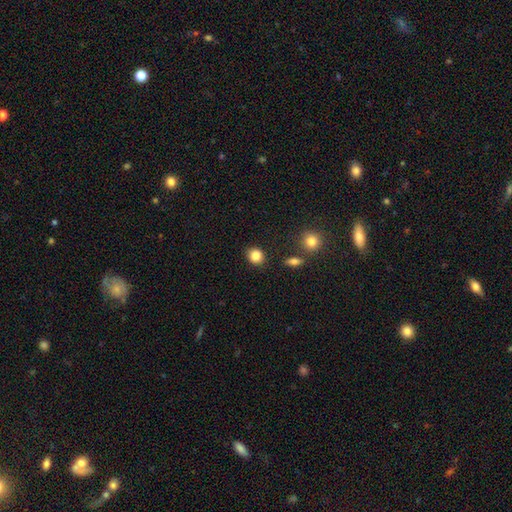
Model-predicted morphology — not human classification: smooth-or-featured: smooth: 86% | star or artifact: 10% | featured or disk: 4%
  how-rounded: round: 77% | in between: 22% | cigar-shaped: 1%
  merging: none: 87% | minor disturbance: 8% | merger: 3% | major disturbance: 3%